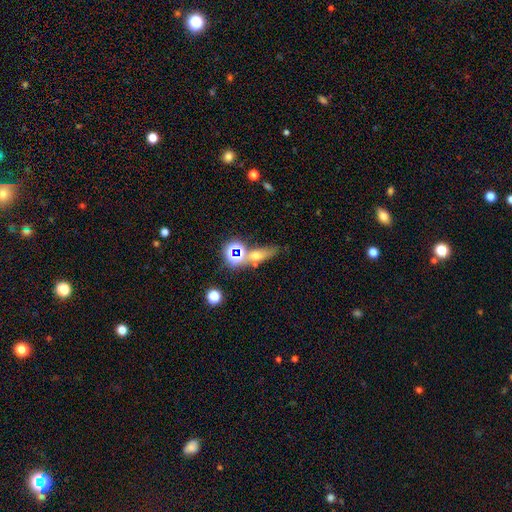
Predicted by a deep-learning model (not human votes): A smooth galaxy with no disk features (46%).

Vote fractions:
- Smooth or featured? smooth: 46% / star or artifact: 30% / featured or disk: 24%
- Merging? none: 60% / merger: 19% / minor disturbance: 14% / major disturbance: 7%